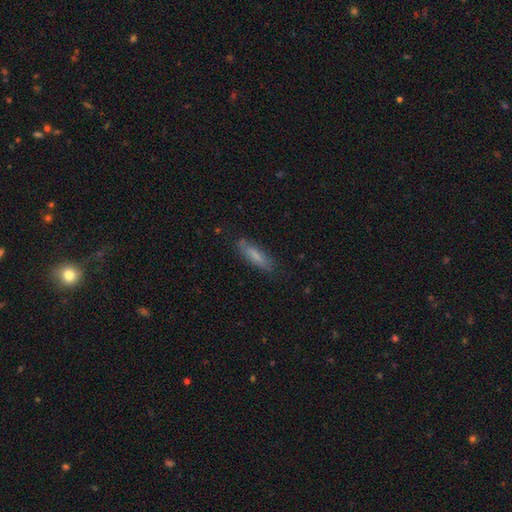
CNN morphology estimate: This appears to be a smooth galaxy with no disk features (75%) that is cigar-shaped (65%). Merging: none (79%).